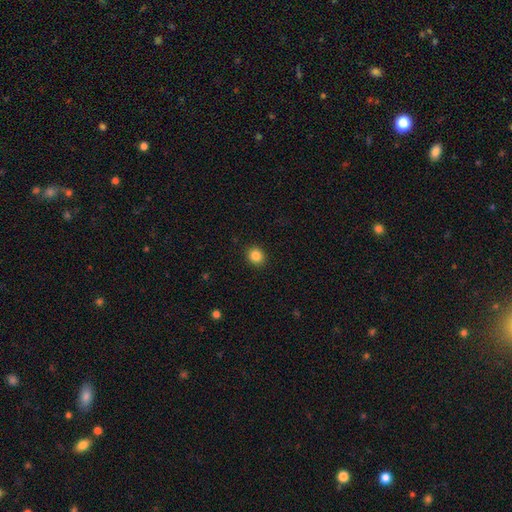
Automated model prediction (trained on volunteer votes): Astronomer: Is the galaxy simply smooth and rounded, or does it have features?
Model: smooth — 85%.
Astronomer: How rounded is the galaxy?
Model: round — 75%.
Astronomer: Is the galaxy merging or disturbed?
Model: none — 91%.